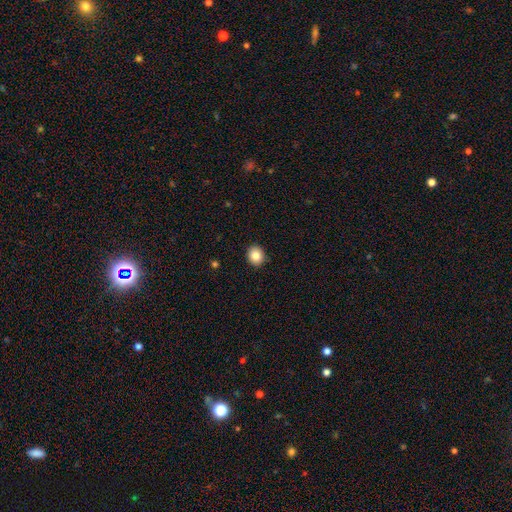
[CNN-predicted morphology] Q: Smooth or featured?
A: smooth (84%); runner-up: star or artifact (9%)
Q: How rounded?
A: round (77%); runner-up: in between (22%)
Q: Merging?
A: none (91%); runner-up: minor disturbance (6%)